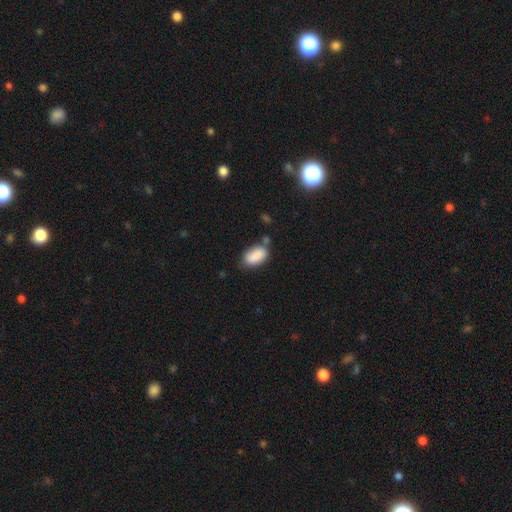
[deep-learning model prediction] This is clearly a smooth galaxy (87%). How rounded: clearly in between (93%). Merging: likely none (63%).